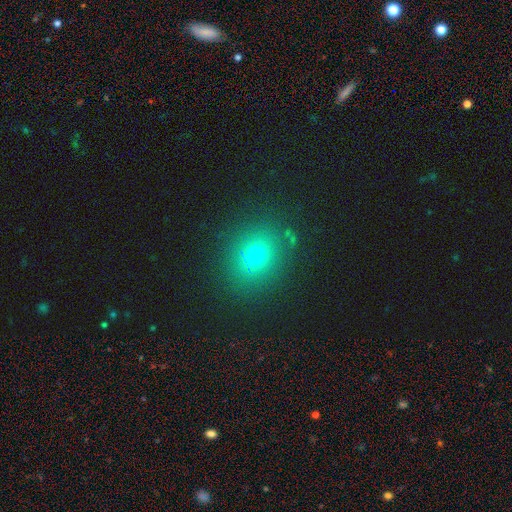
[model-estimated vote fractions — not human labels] Smooth or featured? Predicted: smooth (p=0.70). How rounded? Predicted: round (p=0.73). Merging? Predicted: none (p=0.85).